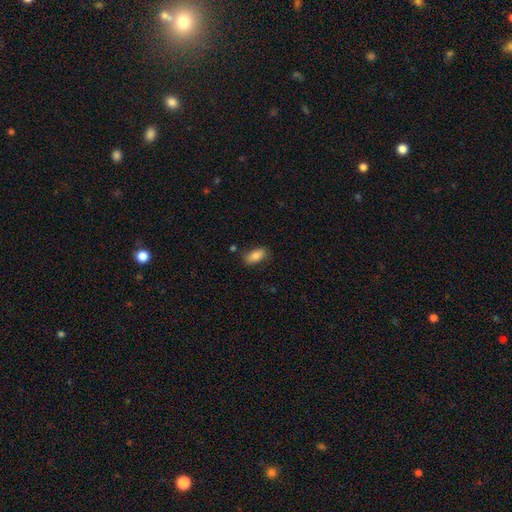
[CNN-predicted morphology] This appears to be a smooth galaxy with no disk features (83%) that is in between round and cigar-shaped (89%). Merging: none (81%).